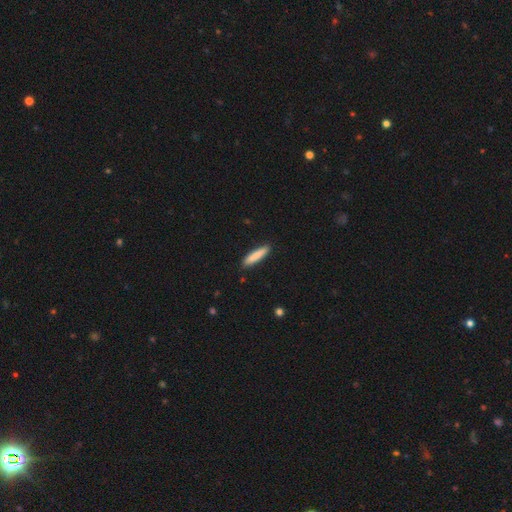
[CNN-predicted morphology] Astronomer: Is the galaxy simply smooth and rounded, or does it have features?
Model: smooth — 84%.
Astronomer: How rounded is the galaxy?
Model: cigar-shaped — 87%.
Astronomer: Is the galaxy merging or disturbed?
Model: none — 90%.